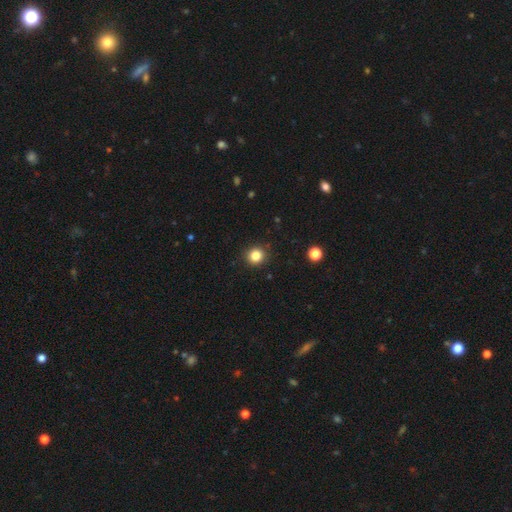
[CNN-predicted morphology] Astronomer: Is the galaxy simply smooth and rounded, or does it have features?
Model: smooth — 83%.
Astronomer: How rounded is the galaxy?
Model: round — 92%.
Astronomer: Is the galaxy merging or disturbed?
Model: none — 91%.